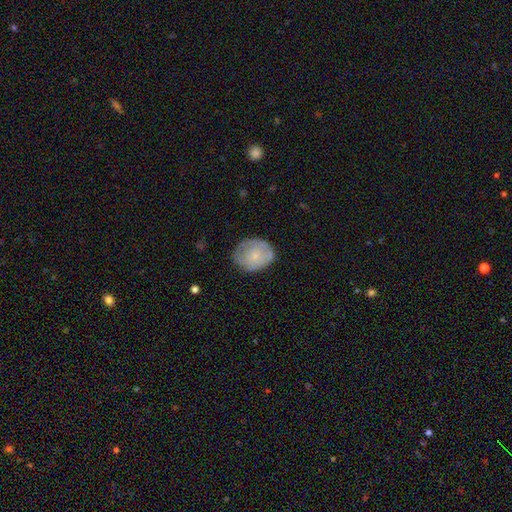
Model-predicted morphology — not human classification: Q: Smooth or featured?
A: smooth (56%); runner-up: featured or disk (38%)
Q: How rounded?
A: round (56%); runner-up: in between (43%)
Q: Merging?
A: none (67%); runner-up: minor disturbance (24%)